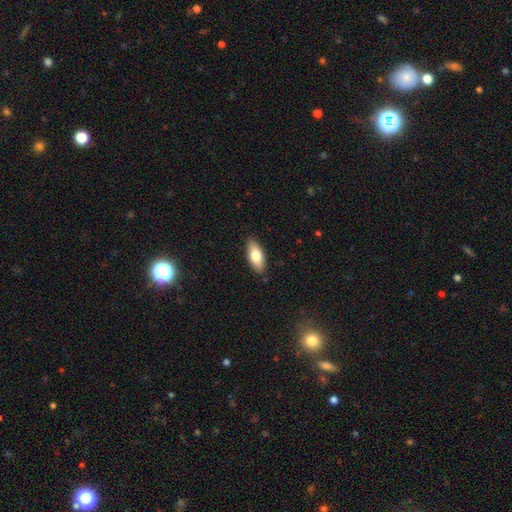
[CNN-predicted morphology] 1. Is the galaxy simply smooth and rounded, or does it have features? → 77% smooth, 17% featured or disk, 6% star or artifact.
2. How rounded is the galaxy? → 84% in between, 13% cigar-shaped, 2% round.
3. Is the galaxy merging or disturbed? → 87% none, 10% minor disturbance, 2% major disturbance, 1% merger.